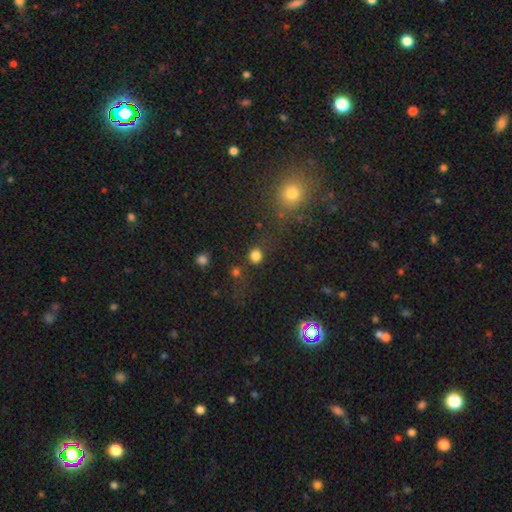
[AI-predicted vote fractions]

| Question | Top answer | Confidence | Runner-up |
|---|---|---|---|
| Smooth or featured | smooth | 81% | star or artifact (14%) |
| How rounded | round | 82% | in between (17%) |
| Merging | none | 79% | minor disturbance (9%) |